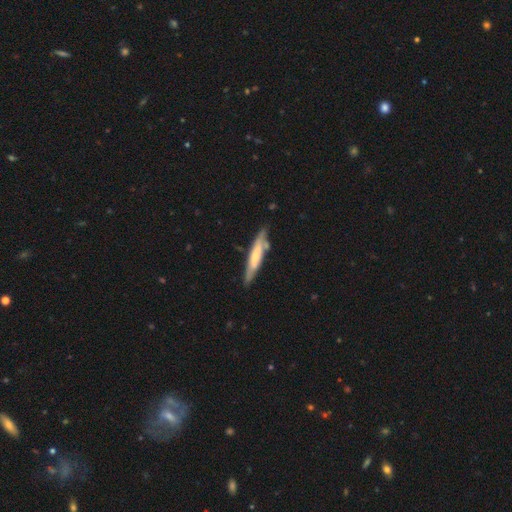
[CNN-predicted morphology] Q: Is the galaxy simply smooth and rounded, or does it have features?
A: featured or disk — 48%.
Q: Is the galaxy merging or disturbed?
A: none — 72%.